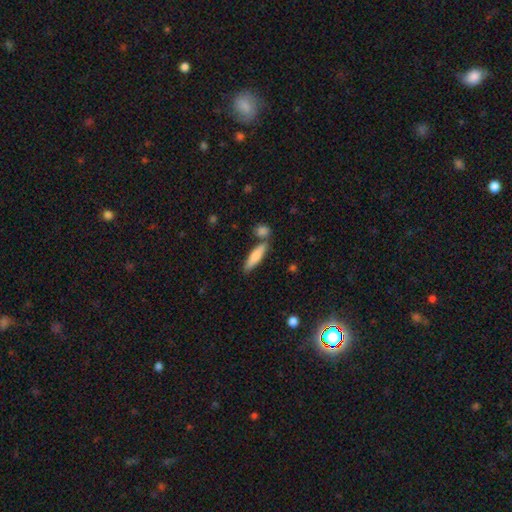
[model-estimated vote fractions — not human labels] Smooth or featured: smooth — 71% (featured or disk — 23%)
How rounded: cigar-shaped — 75% (in between — 23%)
Merging: none — 73% (merger — 13%)